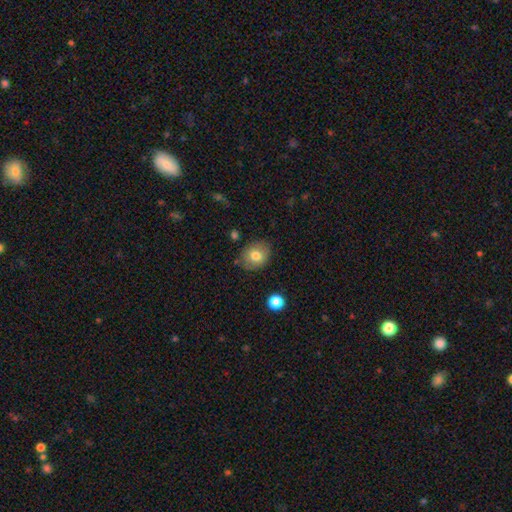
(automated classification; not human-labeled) A smooth galaxy with no disk features (77%) that is round (57%). Merging: none (81%).